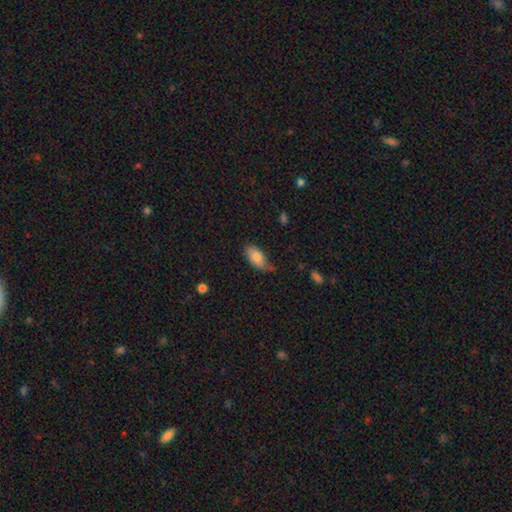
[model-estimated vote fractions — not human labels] smooth-or-featured: smooth: 82% | featured or disk: 10% | star or artifact: 7%
  how-rounded: in between: 91% | cigar-shaped: 6% | round: 3%
  merging: none: 66% | minor disturbance: 27% | major disturbance: 5% | merger: 3%